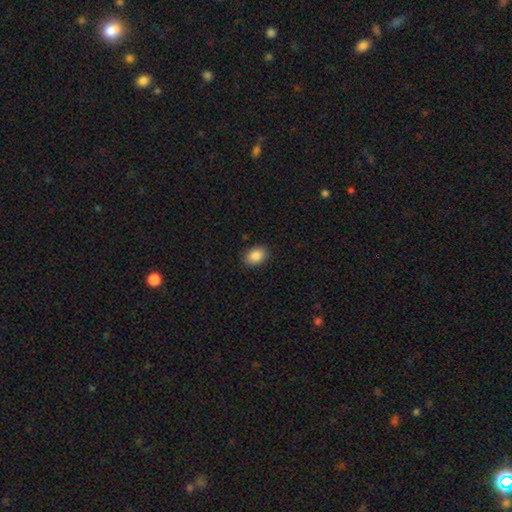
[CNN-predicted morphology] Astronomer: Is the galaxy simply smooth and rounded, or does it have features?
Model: smooth — 88%.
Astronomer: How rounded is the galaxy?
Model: in between — 79%.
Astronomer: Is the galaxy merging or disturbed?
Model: none — 88%.